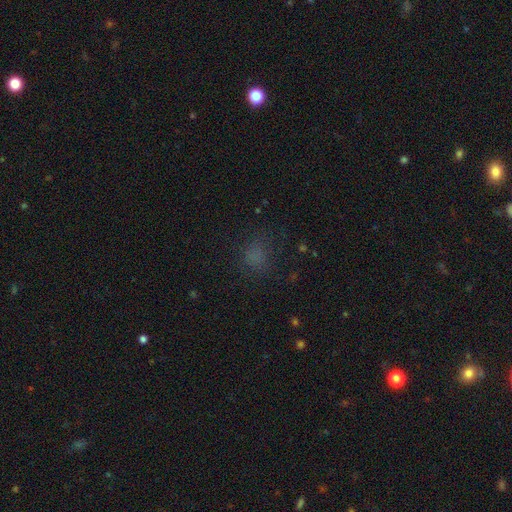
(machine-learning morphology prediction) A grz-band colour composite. It shows a smooth galaxy with no disk features (66%) that is round (69%). Merging: none (72%).